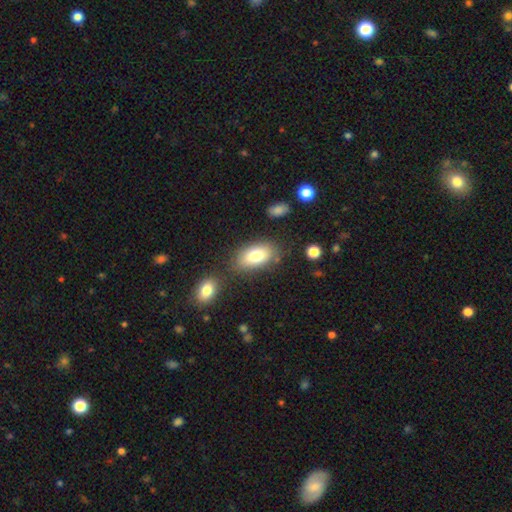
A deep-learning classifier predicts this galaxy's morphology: smooth_or_featured: smooth (p=0.78) [alt: featured or disk p=0.14]
how_rounded: in between (p=0.91) [alt: round p=0.05]
merging: none (p=0.74) [alt: minor disturbance p=0.14]